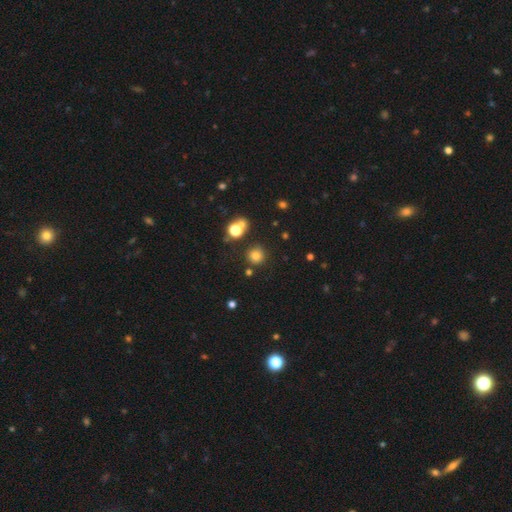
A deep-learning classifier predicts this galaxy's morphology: This appears to be a smooth galaxy with no disk features (76%) that is round (93%). Merging: none (83%).